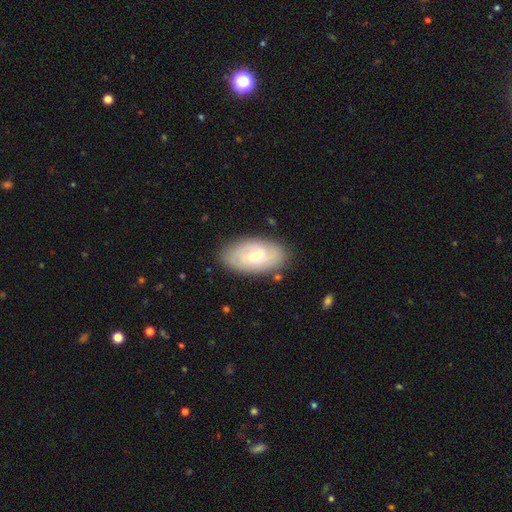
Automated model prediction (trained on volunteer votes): The model was most divided on "bulge size": moderate: 54%, small: 42%, large: 2%, none: 1%, dominant: 1%. More confident: edge-on disk — no (91%); merging — none (83%); spiral arms — yes (67%); smooth or featured — featured or disk (56%); bar — no (53%).